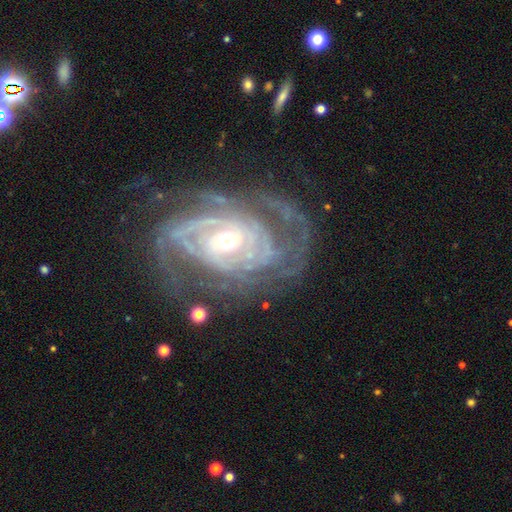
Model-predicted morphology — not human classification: smooth-or-featured: featured or disk: 91% | star or artifact: 5% | smooth: 4%
  disk-edge-on: no: 96% | yes: 4%
    bar: no: 57% | weak: 30% | strong: 13%
    has-spiral-arms: yes: 97% | no: 3%
      spiral-winding: tight: 72% | medium: 23% | loose: 5%
      spiral-arm-count: can't tell: 29% | 3: 22% | 2: 19% | 4: 15% | more than 4: 9% | 1: 7%
    bulge-size: moderate: 59% | small: 35% | large: 5% | none: 1% | dominant: 1%
  merging: none: 65% | minor disturbance: 19% | major disturbance: 14% | merger: 2%